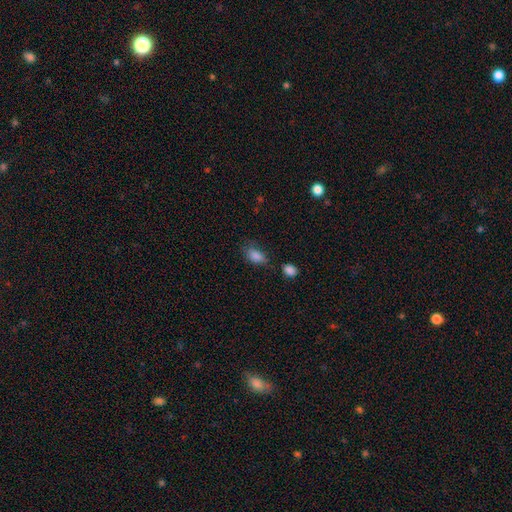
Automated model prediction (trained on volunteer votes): Smooth or featured? Predicted: smooth (p=0.84). How rounded? Predicted: in between (p=0.88). Merging? Predicted: none (p=0.54).